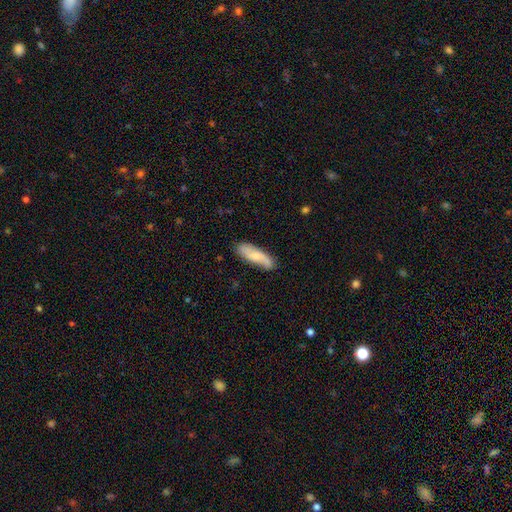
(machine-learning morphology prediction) Smooth or featured? smooth (59%)
How rounded? in between (50%)
Merging? none (78%)